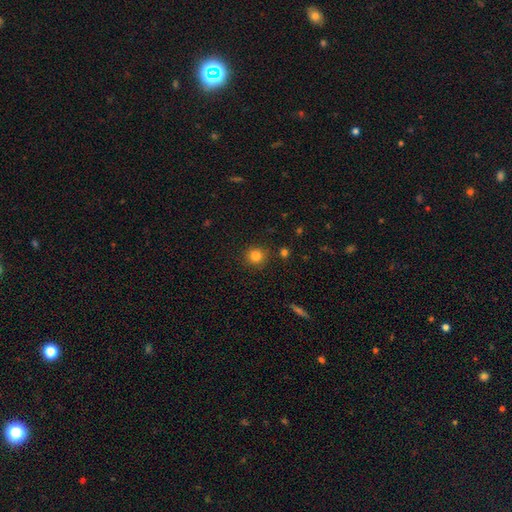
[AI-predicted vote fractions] Smooth or featured: smooth — 83% (star or artifact — 12%)
How rounded: round — 91% (in between — 8%)
Merging: none — 88% (minor disturbance — 7%)